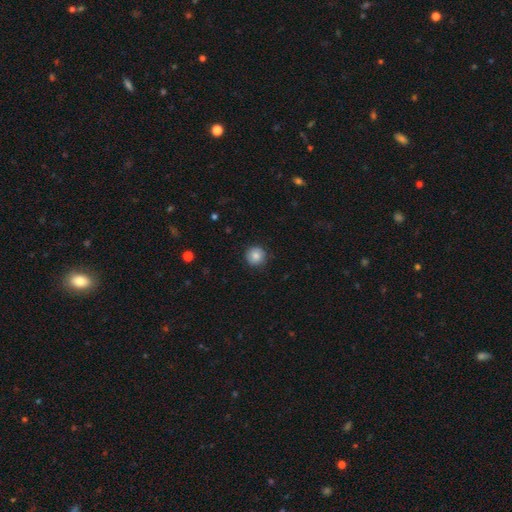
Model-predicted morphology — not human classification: This is clearly a smooth galaxy (84%). How rounded: clearly round (94%). Merging: clearly none (87%).